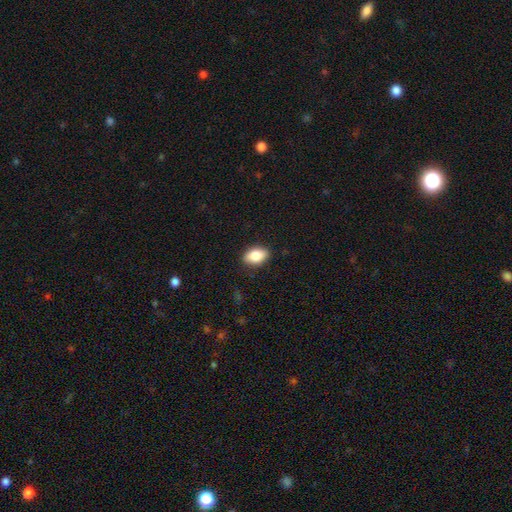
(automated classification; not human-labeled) Smooth or featured?
  - smooth: 85% *
  - featured or disk: 8%
  - star or artifact: 7%
How rounded?
  - in between: 89% *
  - round: 9%
  - cigar-shaped: 2%
Merging?
  - none: 87% *
  - minor disturbance: 9%
  - major disturbance: 2%
  - merger: 1%